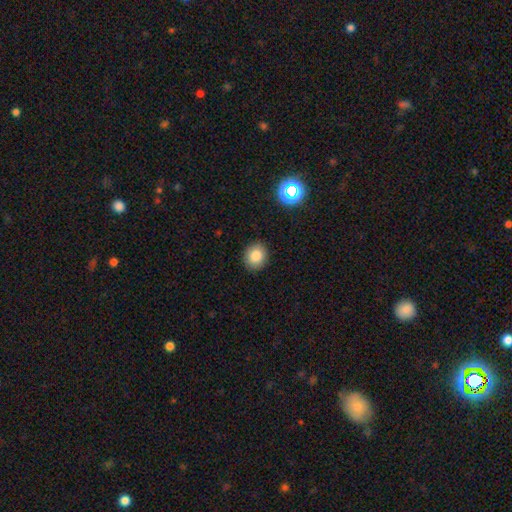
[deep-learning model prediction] Smooth or featured? Predicted: smooth (p=0.83). How rounded? Predicted: round (p=0.71). Merging? Predicted: none (p=0.90).